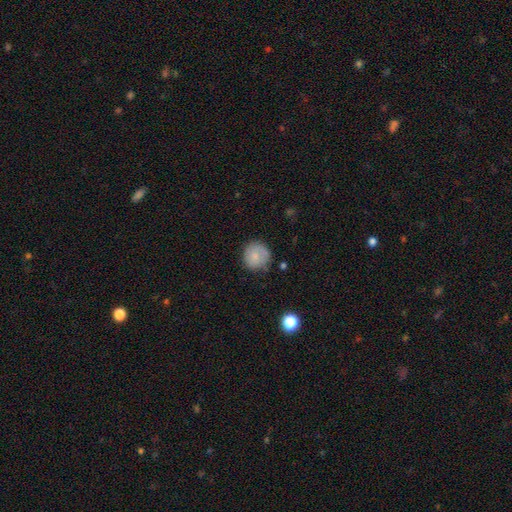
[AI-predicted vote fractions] The model was most divided on "merging": none: 72%, minor disturbance: 21%, major disturbance: 5%, merger: 2%. More confident: how rounded — round (89%); smooth or featured — smooth (73%).